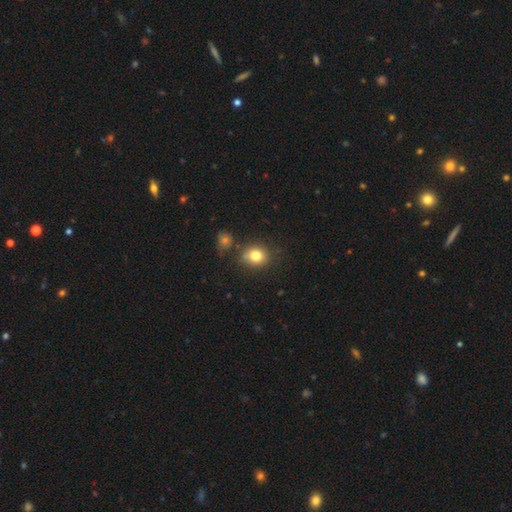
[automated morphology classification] Q: Smooth or featured?
A: smooth (80%); runner-up: star or artifact (12%)
Q: How rounded?
A: round (72%); runner-up: in between (27%)
Q: Merging?
A: none (71%); runner-up: minor disturbance (15%)